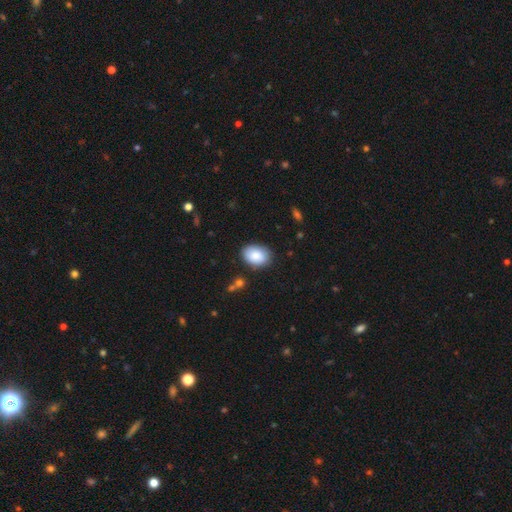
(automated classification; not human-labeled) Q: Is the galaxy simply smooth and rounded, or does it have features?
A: smooth — 86%.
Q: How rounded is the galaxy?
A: in between — 83%.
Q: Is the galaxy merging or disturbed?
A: none — 82%.